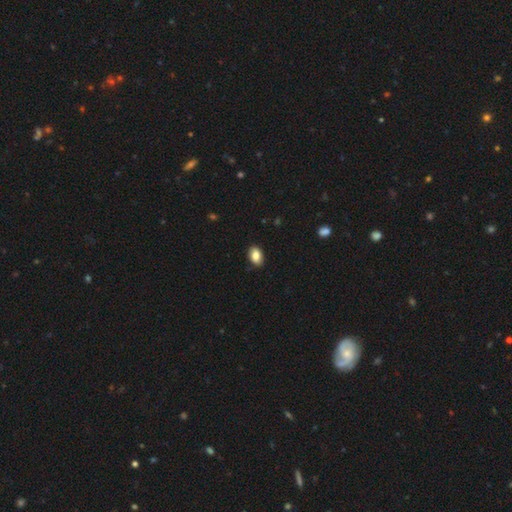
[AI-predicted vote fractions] The model was most divided on "how rounded": in between: 88%, round: 10%, cigar-shaped: 1%. More confident: merging — none (89%); smooth or featured — smooth (86%).